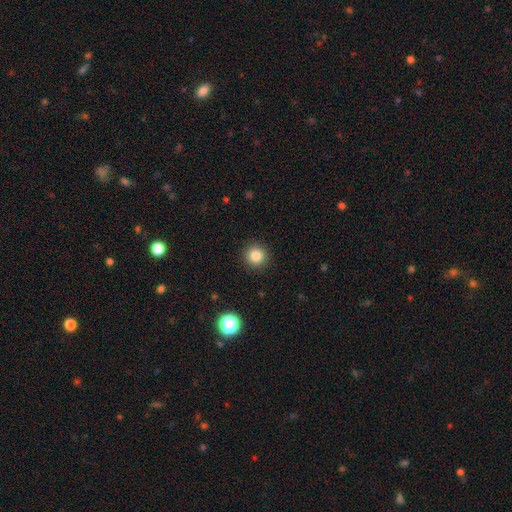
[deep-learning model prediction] A smooth galaxy with no disk features (83%) that is round (95%). Merging: none (92%).